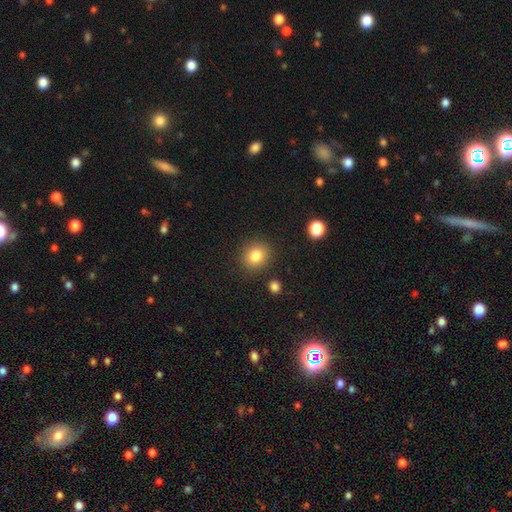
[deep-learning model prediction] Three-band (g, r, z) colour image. It shows a smooth galaxy with no disk features (84%) that is round (74%). Merging: none (86%).